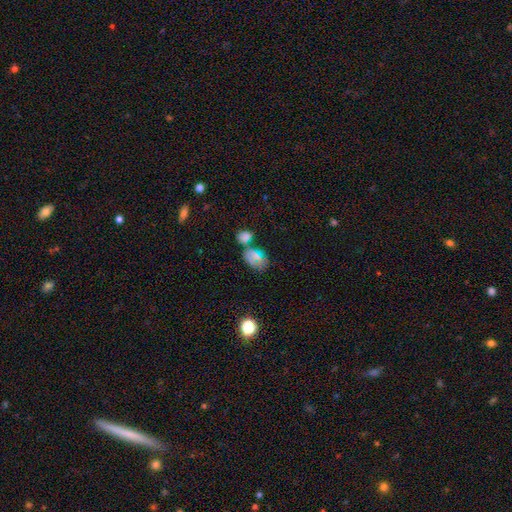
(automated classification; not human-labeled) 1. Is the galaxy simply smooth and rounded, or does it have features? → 58% smooth, 21% featured or disk, 20% star or artifact.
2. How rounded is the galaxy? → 78% in between, 20% round, 2% cigar-shaped.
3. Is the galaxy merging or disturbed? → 44% none, 30% merger, 17% minor disturbance, 9% major disturbance.